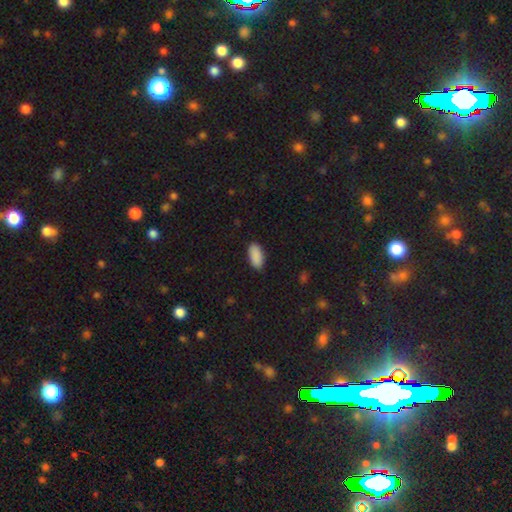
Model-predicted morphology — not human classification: smooth-or-featured: smooth: 91% | star or artifact: 6% | featured or disk: 3%
  how-rounded: in between: 93% | cigar-shaped: 5% | round: 2%
  merging: none: 88% | minor disturbance: 9% | major disturbance: 2% | merger: 1%